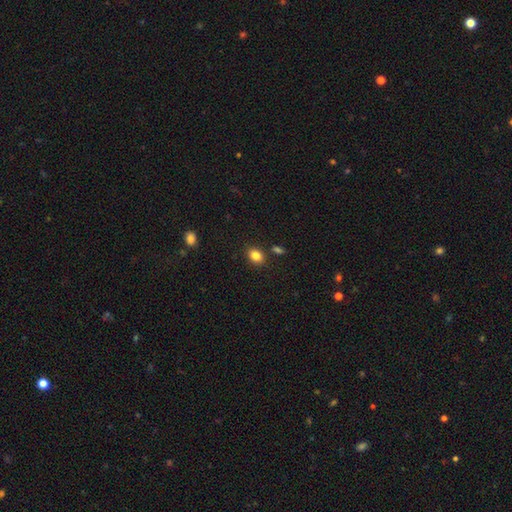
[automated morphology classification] Smooth or featured? smooth (83%)
How rounded? in between (59%)
Merging? none (84%)